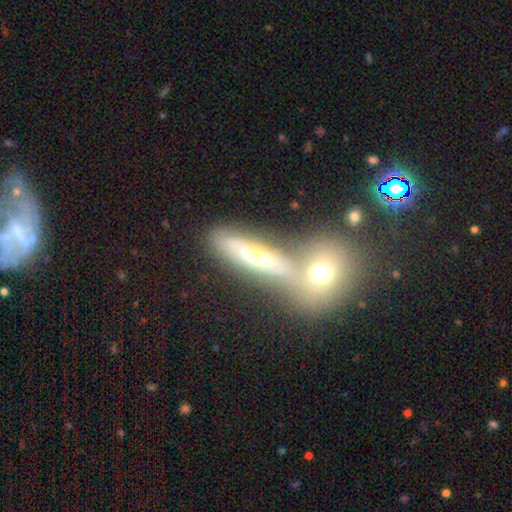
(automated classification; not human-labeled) The model was most divided on "smooth or featured": featured or disk: 46%, smooth: 45%, star or artifact: 10%. Remaining: merging — merger (50%).